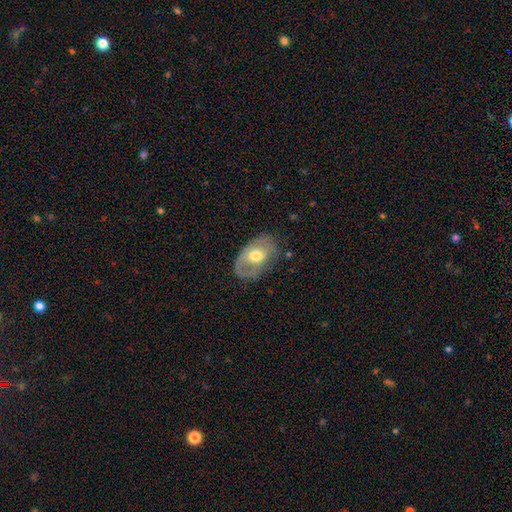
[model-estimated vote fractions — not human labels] This appears to be a featured or disk galaxy (49%). Merging: none (62%).